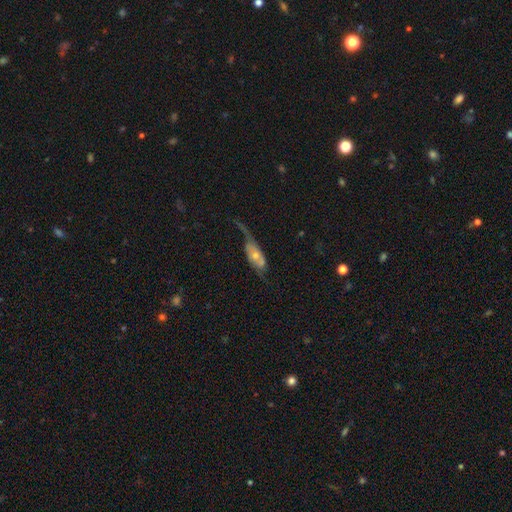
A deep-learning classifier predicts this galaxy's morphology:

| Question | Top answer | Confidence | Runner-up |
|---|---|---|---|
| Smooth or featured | featured or disk | 63% | smooth (30%) |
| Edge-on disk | no | 83% | yes (17%) |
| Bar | no | 74% | weak (20%) |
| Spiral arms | yes | 68% | no (32%) |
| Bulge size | small | 49% | moderate (43%) |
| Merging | major disturbance | 41% | none (29%) |